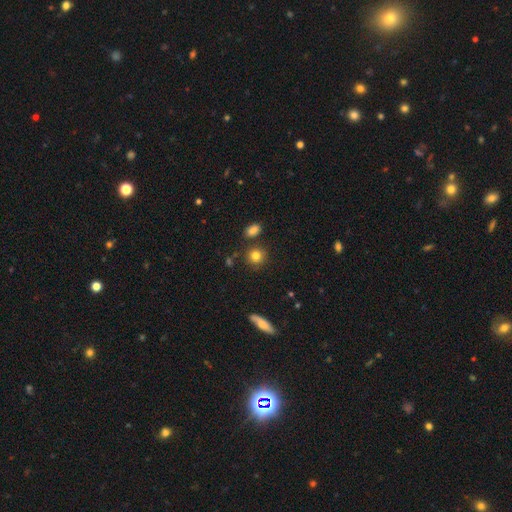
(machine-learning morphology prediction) Smooth or featured?
  - smooth: 82% *
  - star or artifact: 11%
  - featured or disk: 7%
How rounded?
  - round: 85% *
  - in between: 14%
  - cigar-shaped: 1%
Merging?
  - none: 80% *
  - minor disturbance: 9%
  - merger: 7%
  - major disturbance: 3%